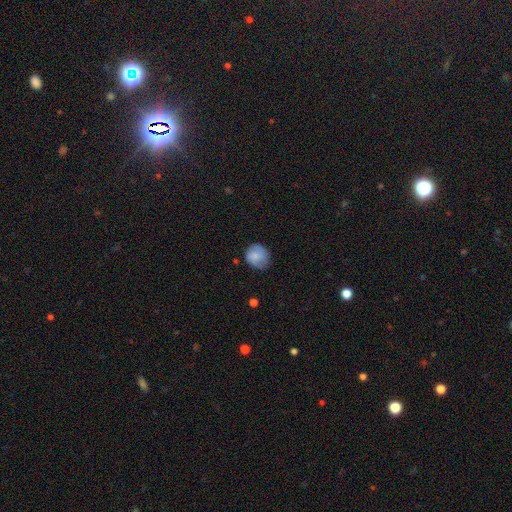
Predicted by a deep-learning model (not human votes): A smooth galaxy with no disk features (74%) that is round (78%).

Vote fractions:
- Smooth or featured? smooth: 74% / featured or disk: 18% / star or artifact: 8%
- How rounded? round: 78% / in between: 21% / cigar-shaped: 1%
- Merging? none: 71% / minor disturbance: 22% / major disturbance: 6% / merger: 1%